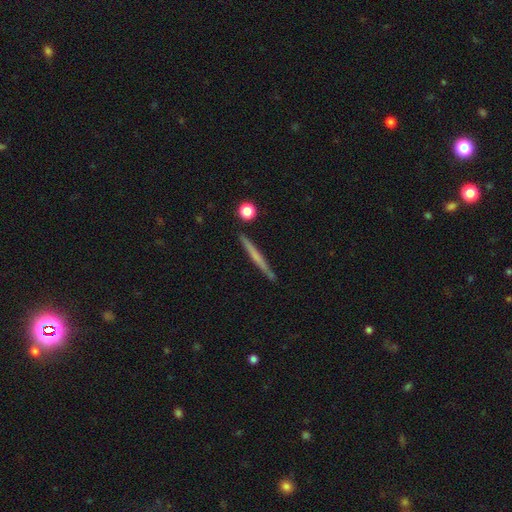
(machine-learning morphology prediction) smooth-or-featured: smooth: 47% (tied) | featured or disk: 47% (tied) | star or artifact: 6%
  merging: none: 89% | minor disturbance: 7% | merger: 2% | major disturbance: 1%